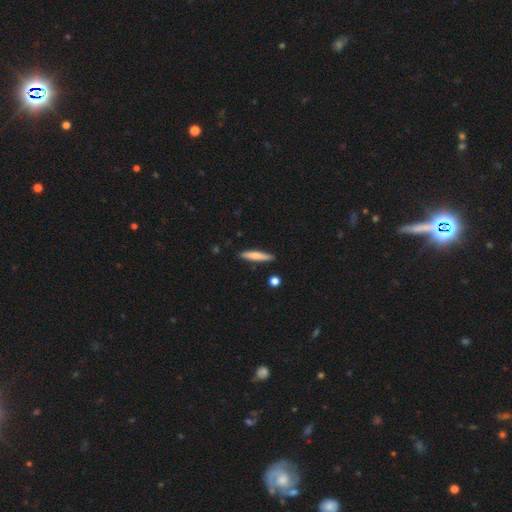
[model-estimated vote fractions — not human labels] The model was most divided on "smooth or featured": smooth: 70%, featured or disk: 24%, star or artifact: 6%. More confident: how rounded — cigar-shaped (89%); merging — none (87%).